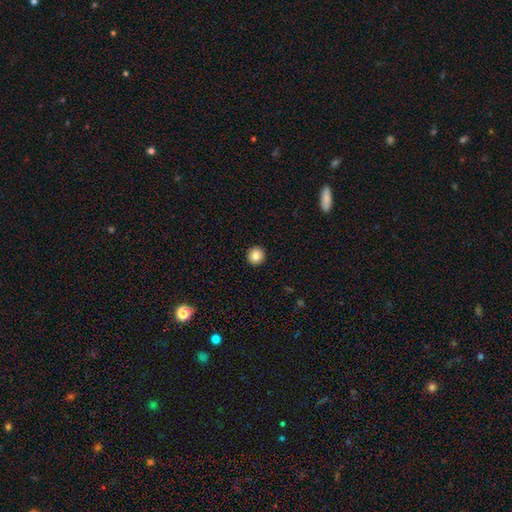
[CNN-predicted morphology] smooth 83%, star or artifact 10%, featured or disk 7%. Down the decision tree: how rounded — round (95%); merging — none (94%).